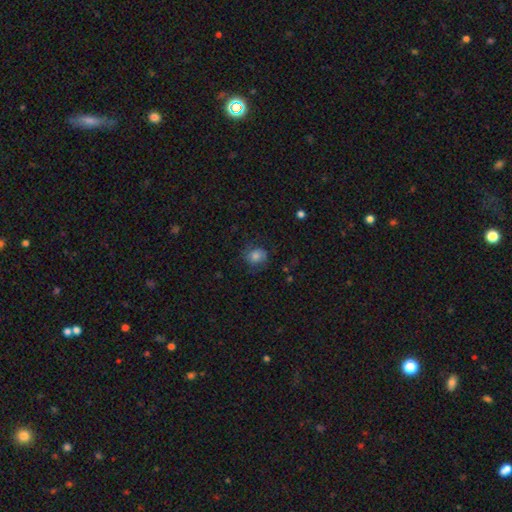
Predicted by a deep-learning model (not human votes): Smooth or featured? smooth (68%)
How rounded? round (67%)
Merging? none (67%)